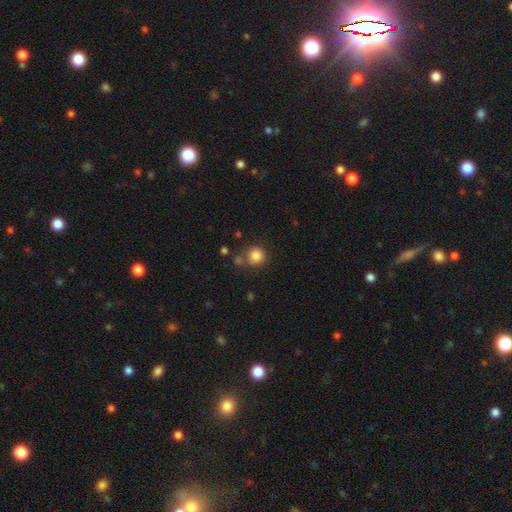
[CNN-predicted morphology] Smooth or featured? smooth (84%)
How rounded? round (90%)
Merging? none (70%)